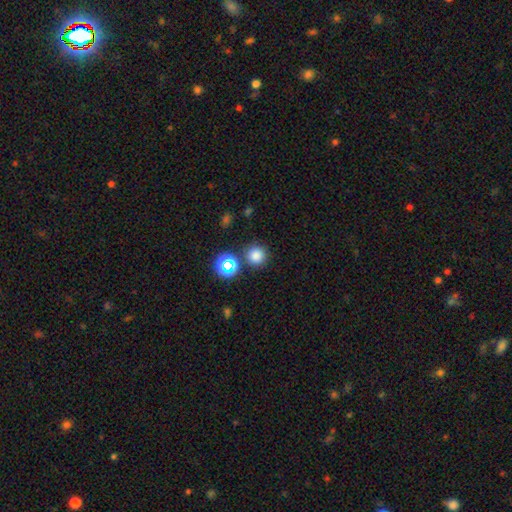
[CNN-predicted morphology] This is likely a smooth galaxy (76%). How rounded: clearly round (94%). Merging: clearly none (82%).